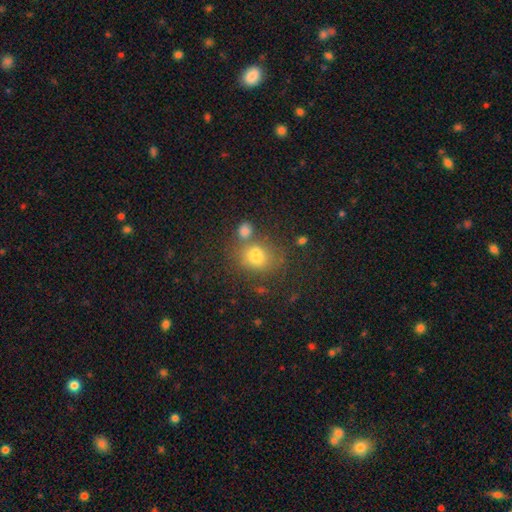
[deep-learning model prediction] Overall: smooth (75%). How rounded: round (56%; in between 43%). Merging: none (54%; merger 24%).